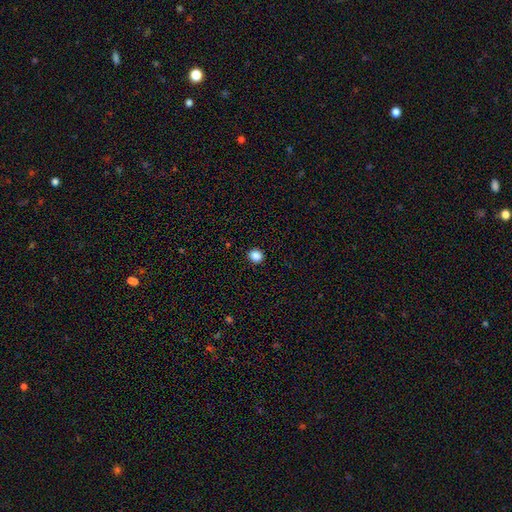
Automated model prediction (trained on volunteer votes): The model was most divided on "how rounded": round: 82%, in between: 17%, cigar-shaped: 1%. More confident: merging — none (92%); smooth or featured — smooth (87%).